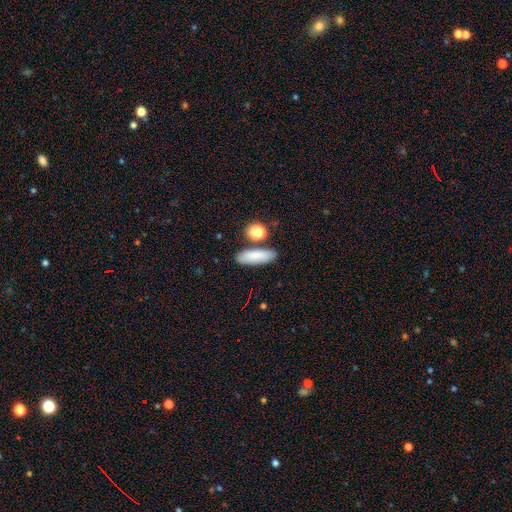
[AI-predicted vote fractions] Smooth or featured? Predicted: smooth (p=0.82). How rounded? Predicted: in between (p=0.56). Merging? Predicted: none (p=0.76).